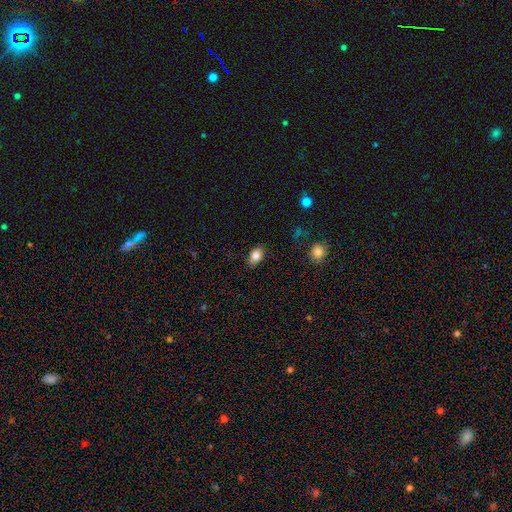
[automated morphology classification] The model was most divided on "merging": none: 85%, minor disturbance: 11%, major disturbance: 3%, merger: 1%. More confident: how rounded — in between (87%); smooth or featured — smooth (84%).